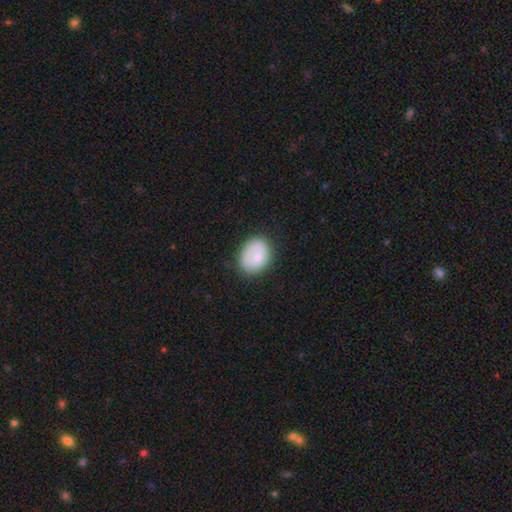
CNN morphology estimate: smooth 68%, featured or disk 26%, star or artifact 7%. Down the decision tree: how rounded — in between (66%); merging — none (69%).